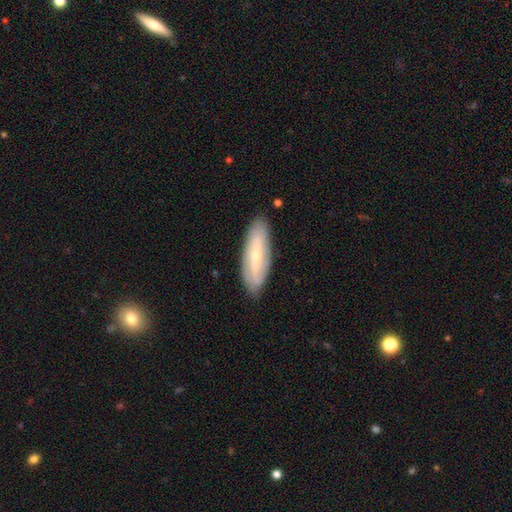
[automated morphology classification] smooth_or_featured: featured or disk (p=0.52) [alt: smooth p=0.41]
disk_edge_on: no (p=0.73) [alt: yes p=0.27]
merging: none (p=0.84) [alt: minor disturbance p=0.12]